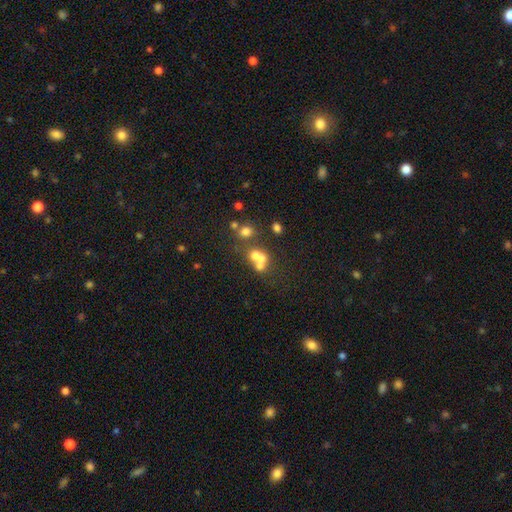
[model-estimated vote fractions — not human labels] smooth-or-featured: smooth: 55% | featured or disk: 26% | star or artifact: 19%
  how-rounded: round: 68% | in between: 30% | cigar-shaped: 2%
  merging: merger: 54% | none: 32% | minor disturbance: 8% | major disturbance: 6%